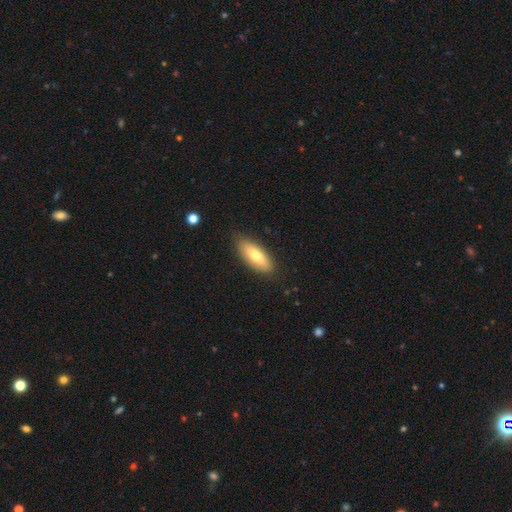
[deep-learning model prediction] Q: Smooth or featured?
A: smooth (71%); runner-up: featured or disk (23%)
Q: How rounded?
A: in between (67%); runner-up: cigar-shaped (31%)
Q: Merging?
A: none (83%); runner-up: minor disturbance (13%)